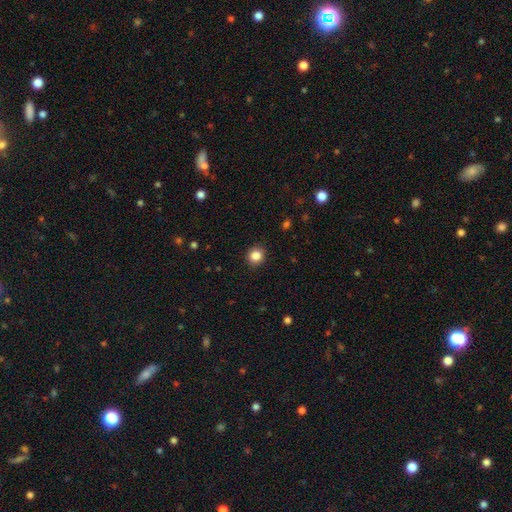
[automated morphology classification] Smooth or featured? Predicted: smooth (p=0.85). How rounded? Predicted: round (p=0.86). Merging? Predicted: none (p=0.91).